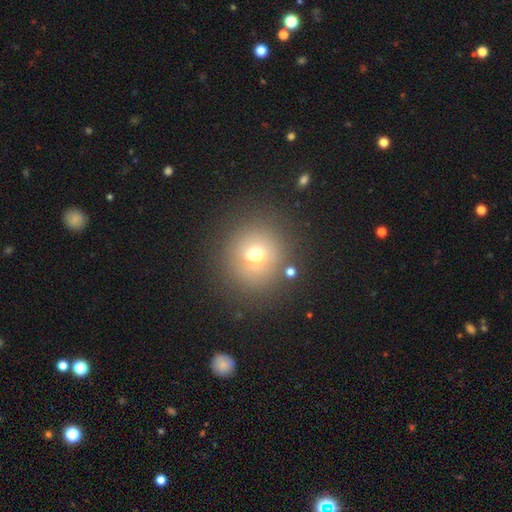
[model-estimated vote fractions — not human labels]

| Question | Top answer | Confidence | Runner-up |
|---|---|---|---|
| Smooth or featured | smooth | 68% | star or artifact (17%) |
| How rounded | round | 92% | in between (7%) |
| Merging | none | 83% | minor disturbance (9%) |